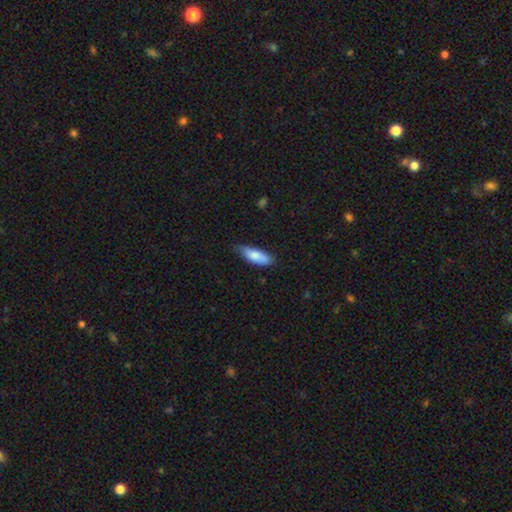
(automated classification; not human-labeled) smooth-or-featured: smooth: 80% | featured or disk: 14% | star or artifact: 6%
  how-rounded: in between: 66% | cigar-shaped: 32% | round: 2%
  merging: none: 66% | minor disturbance: 28% | major disturbance: 4% | merger: 1%